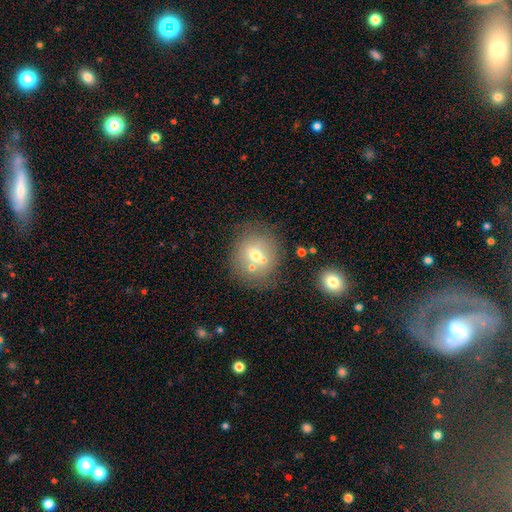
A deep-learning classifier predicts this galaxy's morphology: smooth-or-featured: smooth: 58% | featured or disk: 29% | star or artifact: 12%
  how-rounded: round: 83% | in between: 16% | cigar-shaped: 1%
  merging: none: 62% | merger: 18% | minor disturbance: 14% | major disturbance: 5%